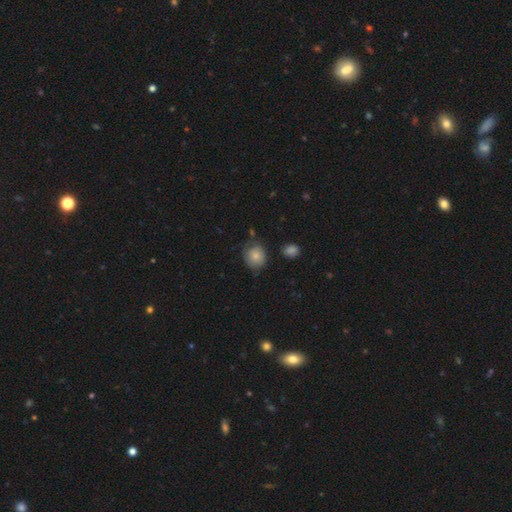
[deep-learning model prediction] A smooth galaxy with no disk features (79%) that is round (73%).

Vote fractions:
- Smooth or featured? smooth: 79% / featured or disk: 13% / star or artifact: 8%
- How rounded? round: 73% / in between: 26% / cigar-shaped: 1%
- Merging? none: 65% / minor disturbance: 26% / major disturbance: 6% / merger: 3%